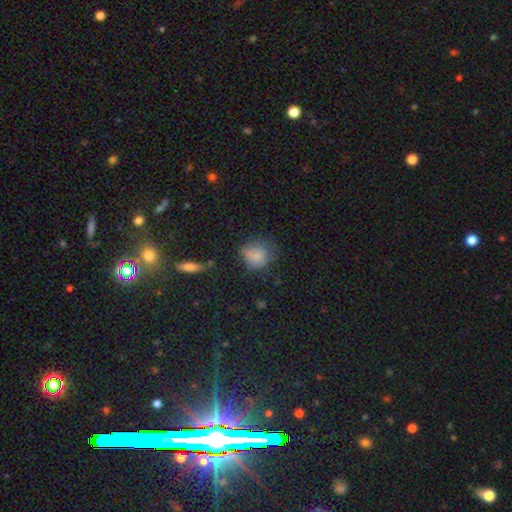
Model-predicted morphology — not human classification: smooth-or-featured: smooth: 80% | star or artifact: 10% | featured or disk: 9%
  how-rounded: round: 73% | in between: 26% | cigar-shaped: 1%
  merging: none: 54% | minor disturbance: 30% | major disturbance: 13% | merger: 2%